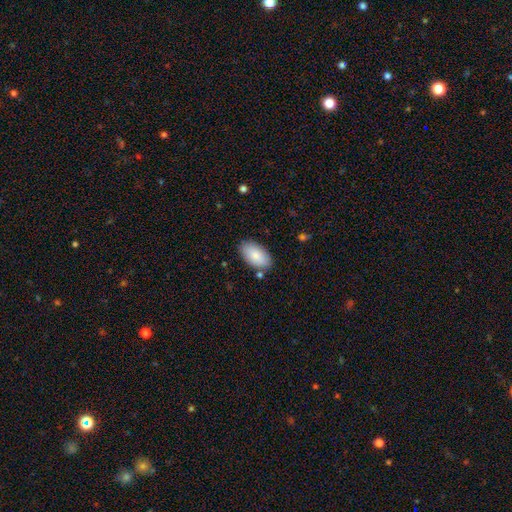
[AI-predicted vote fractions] Smooth or featured? Predicted: smooth (p=0.86). How rounded? Predicted: in between (p=0.95). Merging? Predicted: none (p=0.82).